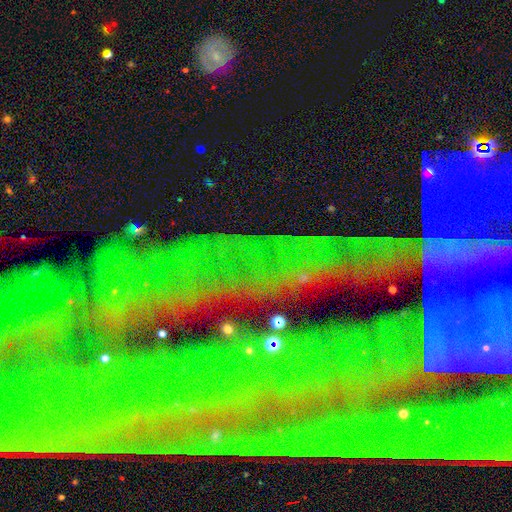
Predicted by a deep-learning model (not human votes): This appears to be a star or artifact, not a galaxy (76%).